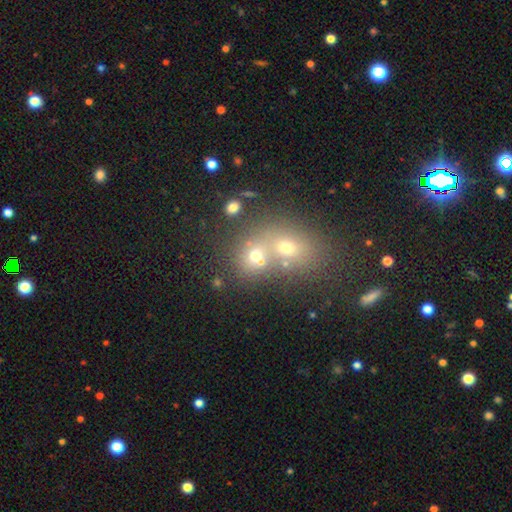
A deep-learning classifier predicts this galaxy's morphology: Q: Smooth or featured?
A: smooth (60%); runner-up: star or artifact (23%)
Q: How rounded?
A: round (65%); runner-up: in between (33%)
Q: Merging?
A: merger (49%); runner-up: none (38%)